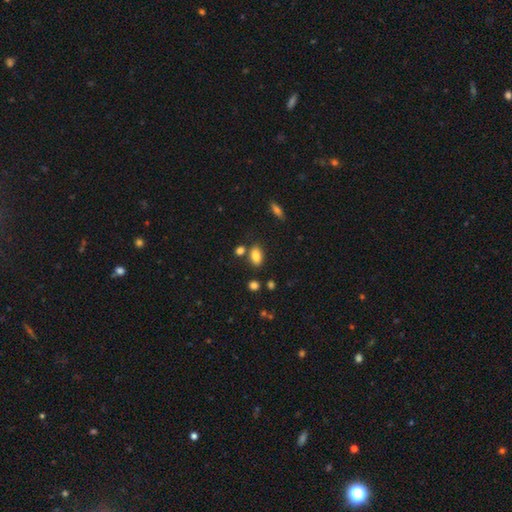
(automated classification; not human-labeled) Smooth or featured? Predicted: smooth (p=0.85). How rounded? Predicted: in between (p=0.89). Merging? Predicted: none (p=0.74).